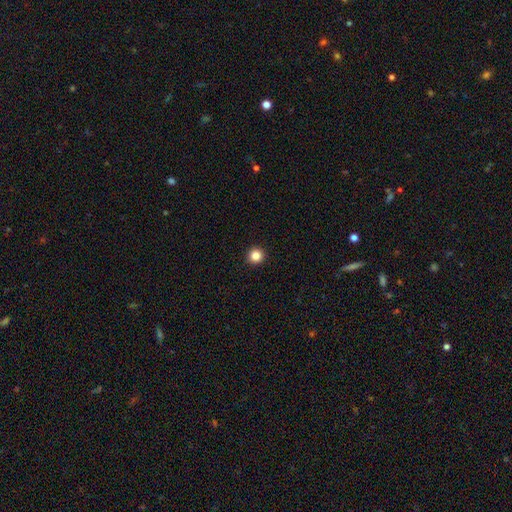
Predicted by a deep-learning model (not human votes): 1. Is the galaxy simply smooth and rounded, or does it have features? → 85% smooth, 11% star or artifact, 4% featured or disk.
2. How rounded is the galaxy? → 95% round, 4% in between, 1% cigar-shaped.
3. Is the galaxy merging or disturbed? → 94% none, 4% minor disturbance, 1% major disturbance, 1% merger.